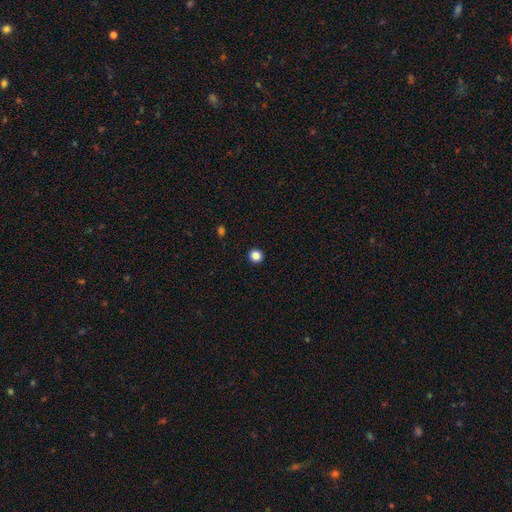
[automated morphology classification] Smooth or featured?
  - smooth: 85% *
  - star or artifact: 11%
  - featured or disk: 3%
How rounded?
  - round: 90% *
  - in between: 9%
  - cigar-shaped: 1%
Merging?
  - none: 93% *
  - minor disturbance: 4%
  - major disturbance: 2%
  - merger: 1%